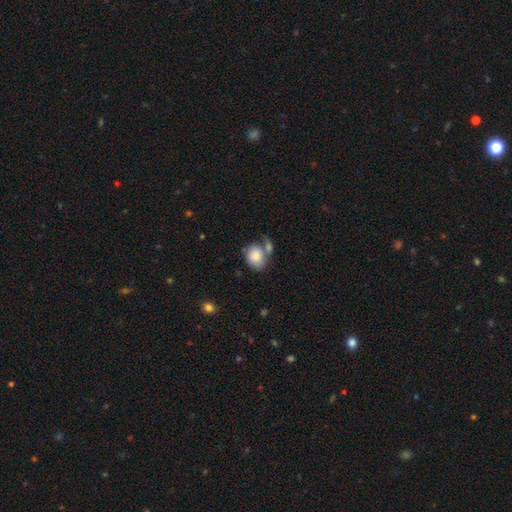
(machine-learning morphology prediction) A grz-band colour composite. It shows a smooth galaxy with no disk features (81%) that is in between round and cigar-shaped (50%). Merging: none (38%).